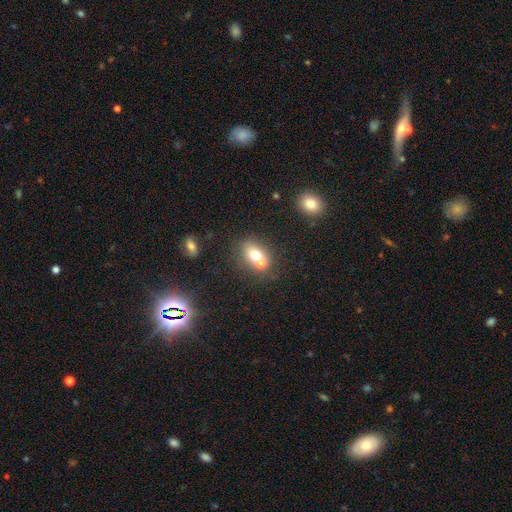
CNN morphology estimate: type=smooth (67%); roundness=in between (57%); merging=merger (54%).